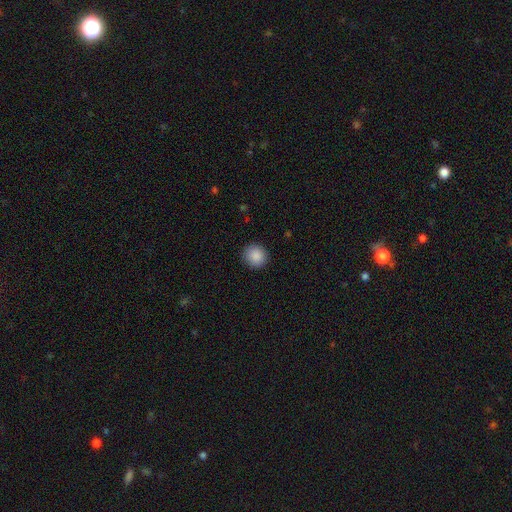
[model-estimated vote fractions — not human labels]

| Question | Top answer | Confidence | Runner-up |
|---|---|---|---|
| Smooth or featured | smooth | 89% | star or artifact (8%) |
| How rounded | round | 91% | in between (8%) |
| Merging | none | 91% | minor disturbance (6%) |